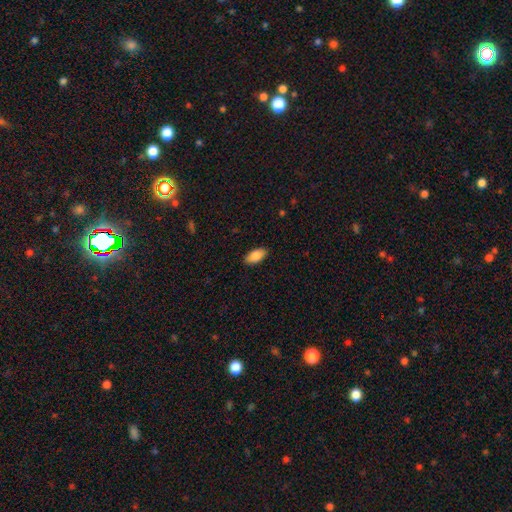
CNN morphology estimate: smooth 85%, featured or disk 8%, star or artifact 7%. Down the decision tree: how rounded — in between (92%); merging — none (89%).